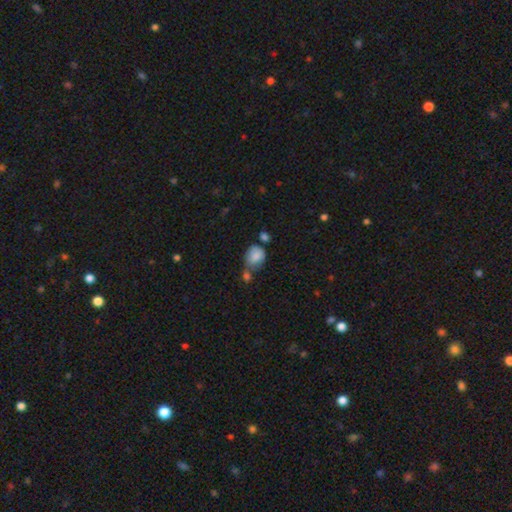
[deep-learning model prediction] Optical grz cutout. It shows a smooth galaxy with no disk features (83%) that is round (58%). Merging: none (40%).